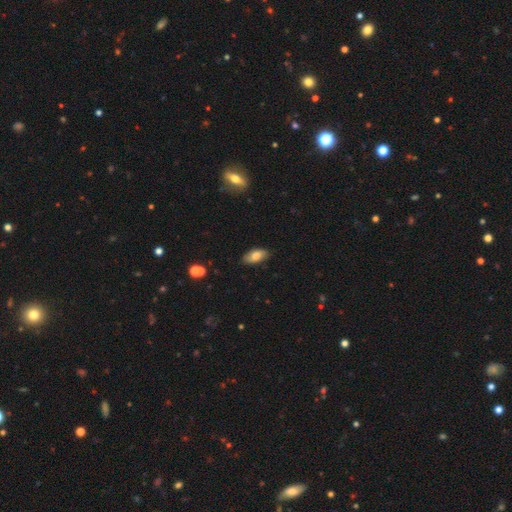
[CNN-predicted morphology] This appears to be a smooth galaxy with no disk features (78%) that is in between round and cigar-shaped (92%). Merging: none (85%).